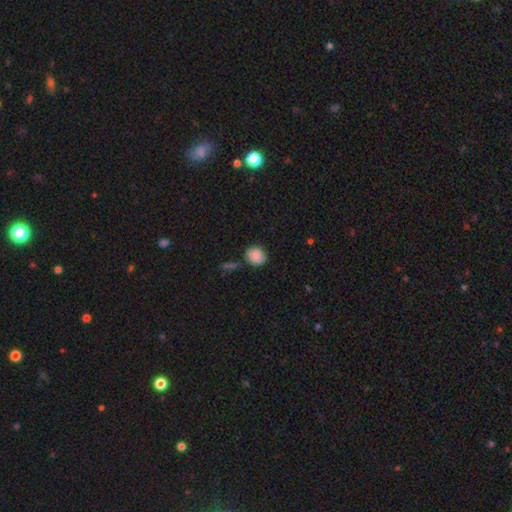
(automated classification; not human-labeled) Q: Smooth or featured?
A: smooth (87%); runner-up: star or artifact (8%)
Q: How rounded?
A: round (81%); runner-up: in between (18%)
Q: Merging?
A: none (76%); runner-up: minor disturbance (15%)